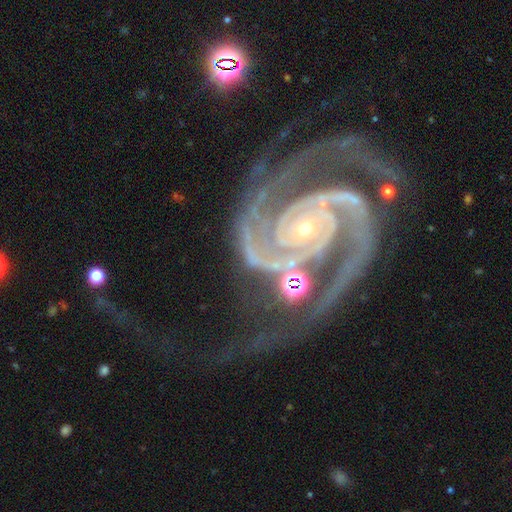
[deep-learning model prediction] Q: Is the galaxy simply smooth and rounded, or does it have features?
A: featured or disk — 94%.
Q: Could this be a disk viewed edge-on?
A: no — 98%.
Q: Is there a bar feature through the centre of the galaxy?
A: no — 64%.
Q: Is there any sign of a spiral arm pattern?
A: yes — 99%.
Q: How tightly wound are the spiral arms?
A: tight — 58%.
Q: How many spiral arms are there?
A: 2 — 74%.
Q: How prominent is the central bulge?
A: small — 81%.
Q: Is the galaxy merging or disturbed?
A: none — 47%.